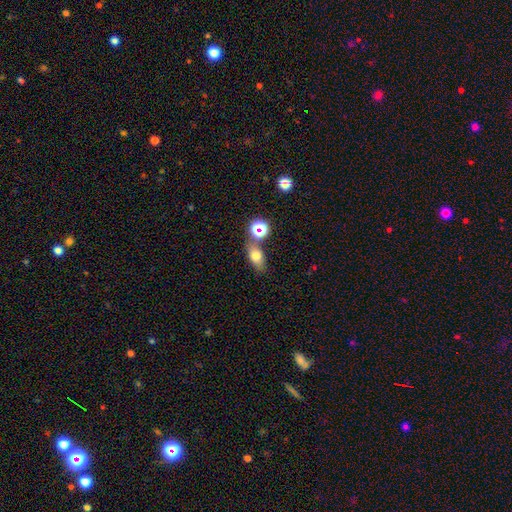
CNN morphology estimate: smooth 70%, featured or disk 15%, star or artifact 15%. Down the decision tree: how rounded — in between (75%); merging — none (67%).